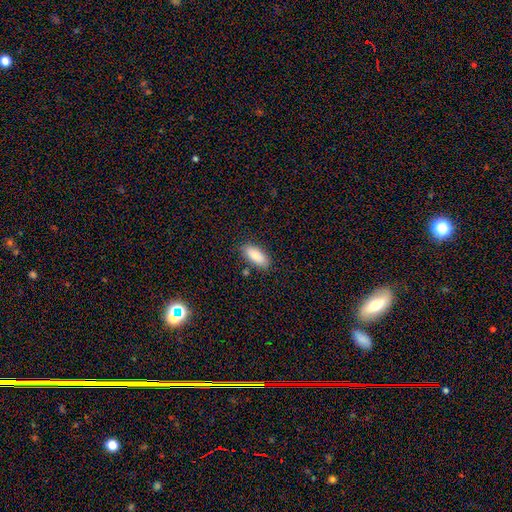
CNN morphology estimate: A smooth galaxy with no disk features (86%) that is in between round and cigar-shaped (85%).

Vote fractions:
- Smooth or featured? smooth: 86% / featured or disk: 8% / star or artifact: 7%
- How rounded? in between: 85% / cigar-shaped: 13% / round: 2%
- Merging? none: 82% / minor disturbance: 12% / merger: 3% / major disturbance: 3%